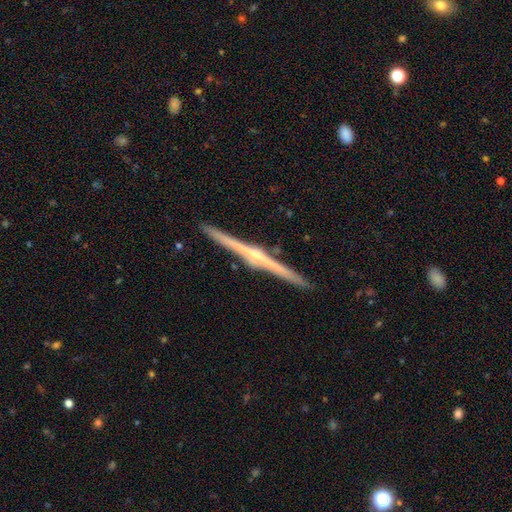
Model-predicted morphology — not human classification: Smooth or featured? featured or disk (81%)
Edge-on disk? yes (99%)
Edge-on bulge? rounded (64%)
Merging? none (92%)